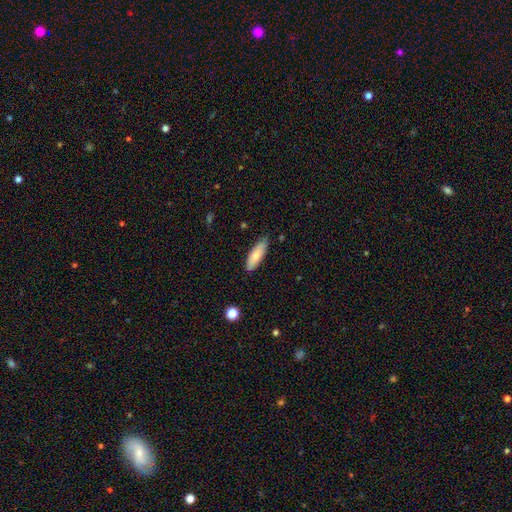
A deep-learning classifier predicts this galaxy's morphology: This is likely a smooth galaxy (78%). How rounded: possibly in between (57%). Merging: clearly none (81%).